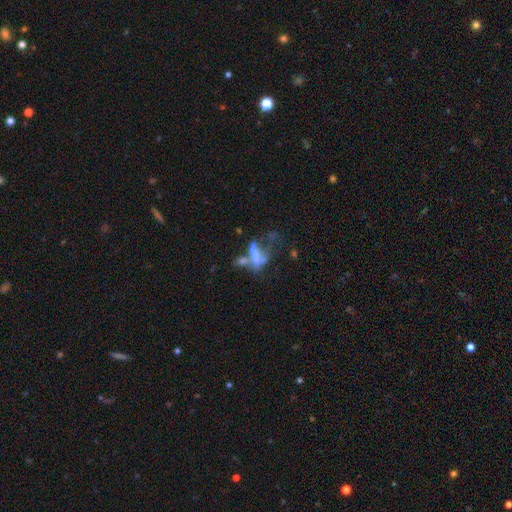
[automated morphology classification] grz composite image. It shows a featured or disk galaxy (44%). Merging: merger (43%).